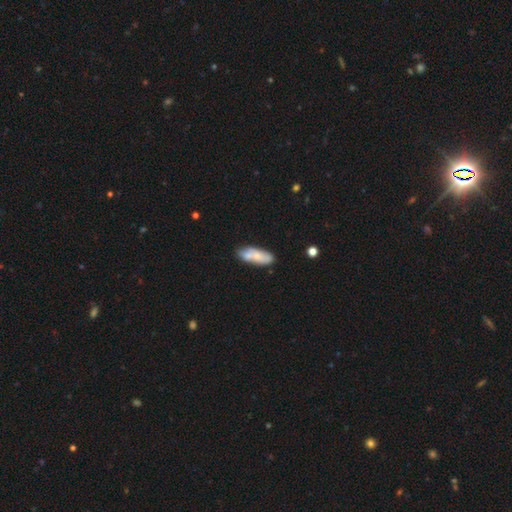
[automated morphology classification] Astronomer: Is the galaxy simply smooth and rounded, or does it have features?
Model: smooth — 62%.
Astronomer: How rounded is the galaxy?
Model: in between — 68%.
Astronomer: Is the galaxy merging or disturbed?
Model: none — 57%.